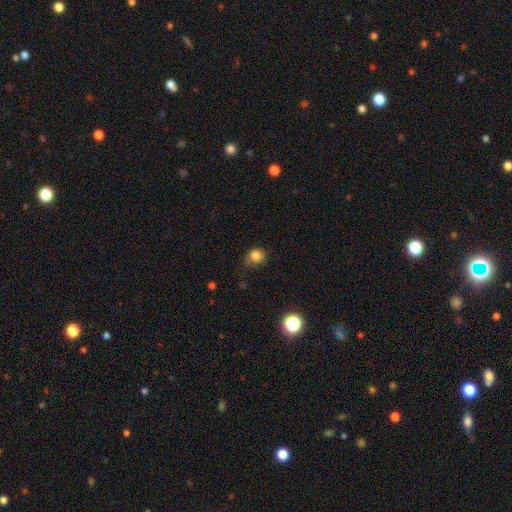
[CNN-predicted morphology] Smooth or featured: smooth — 82% (star or artifact — 12%)
How rounded: round — 74% (in between — 25%)
Merging: none — 63% (minor disturbance — 28%)